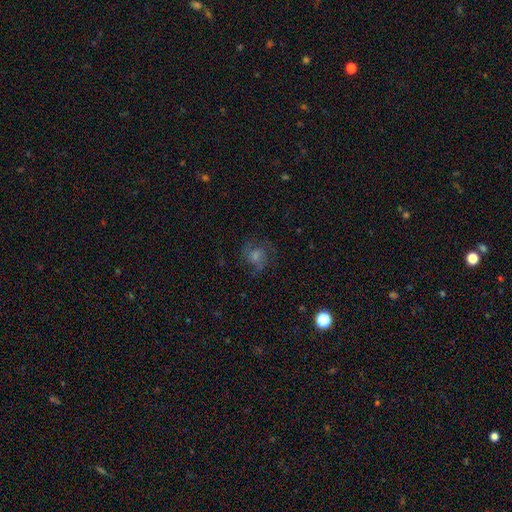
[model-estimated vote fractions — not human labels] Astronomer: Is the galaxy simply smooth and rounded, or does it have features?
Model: featured or disk — 53%.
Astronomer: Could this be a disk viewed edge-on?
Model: no — 97%.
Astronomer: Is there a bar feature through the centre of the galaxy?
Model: no — 70%.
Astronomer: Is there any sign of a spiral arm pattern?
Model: yes — 86%.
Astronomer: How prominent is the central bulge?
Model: moderate — 43% (runner-up: small, 34%).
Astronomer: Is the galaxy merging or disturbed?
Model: none — 74%.